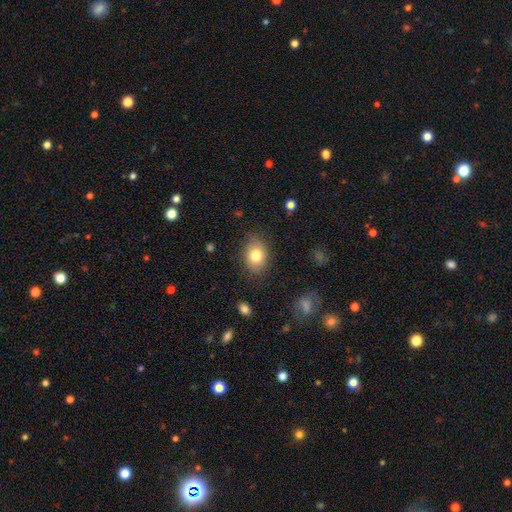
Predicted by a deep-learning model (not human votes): This appears to be a smooth galaxy with no disk features (78%) that is in between round and cigar-shaped (72%). Merging: none (80%).